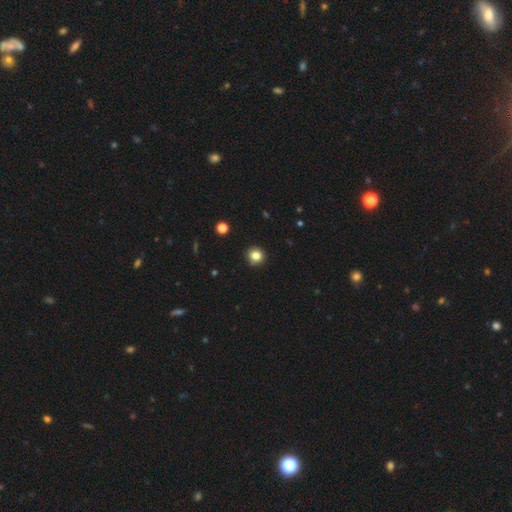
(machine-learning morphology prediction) Q: Smooth or featured?
A: smooth (83%); runner-up: star or artifact (11%)
Q: How rounded?
A: round (93%); runner-up: in between (6%)
Q: Merging?
A: none (92%); runner-up: minor disturbance (5%)